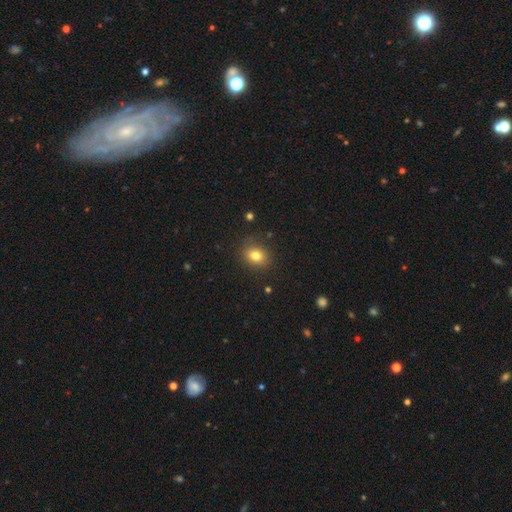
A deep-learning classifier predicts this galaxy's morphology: Smooth or featured? Predicted: smooth (p=0.80). How rounded? Predicted: round (p=0.56). Merging? Predicted: none (p=0.84).